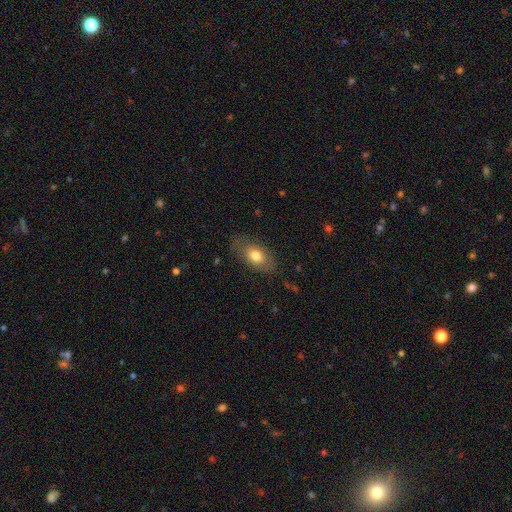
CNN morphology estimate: This is likely a smooth galaxy (75%). How rounded: clearly in between (87%). Merging: likely none (76%).